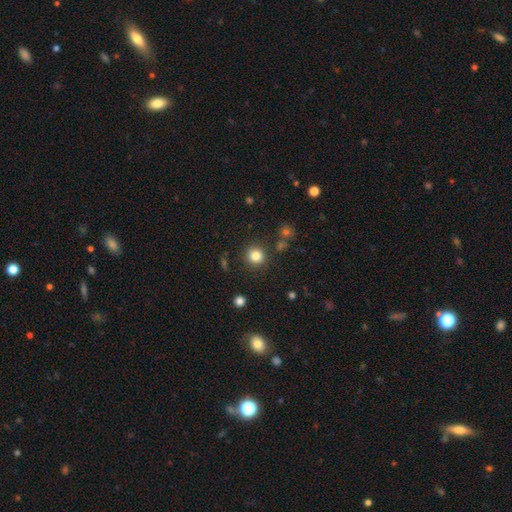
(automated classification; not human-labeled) Overall: smooth (83%). How rounded: round (92%). Merging: none (87%).